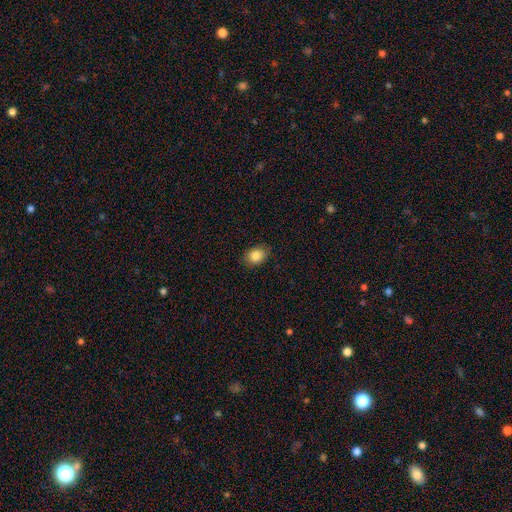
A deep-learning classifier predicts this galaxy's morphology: A smooth galaxy with no disk features (85%) that is in between round and cigar-shaped (73%). Merging: none (87%).